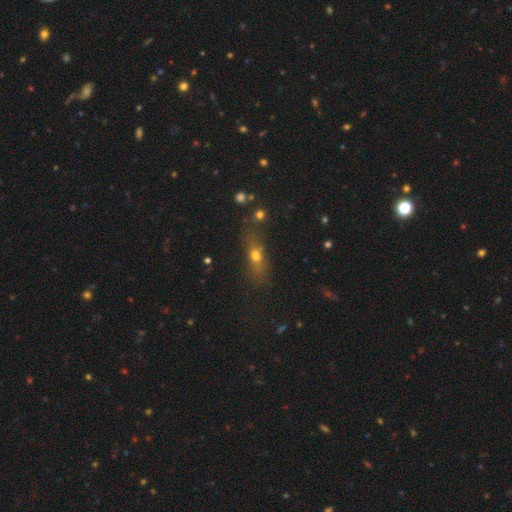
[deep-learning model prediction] Morphology: type=smooth (58%); roundness=in between (49%); merging=none (59%).